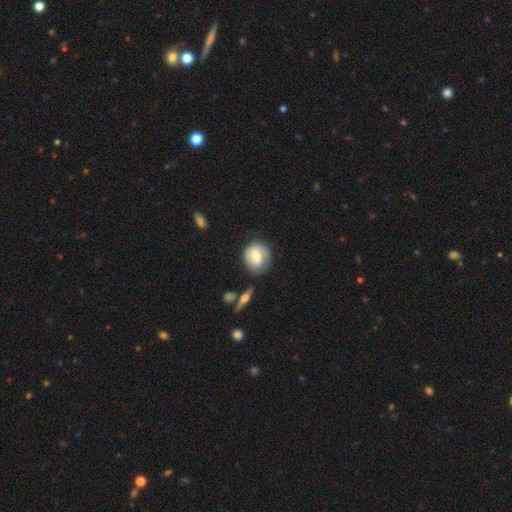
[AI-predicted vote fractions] smooth 57%, featured or disk 36%, star or artifact 7%. Down the decision tree: how rounded — round (72%); merging — none (65%).